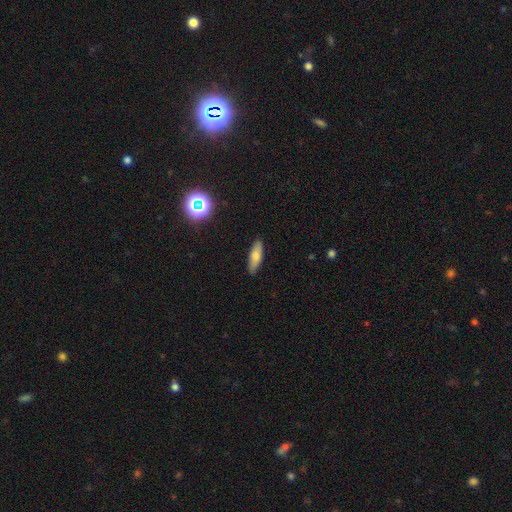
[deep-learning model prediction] Morphology: type=smooth (73%); roundness=cigar-shaped (50%); merging=none (88%).